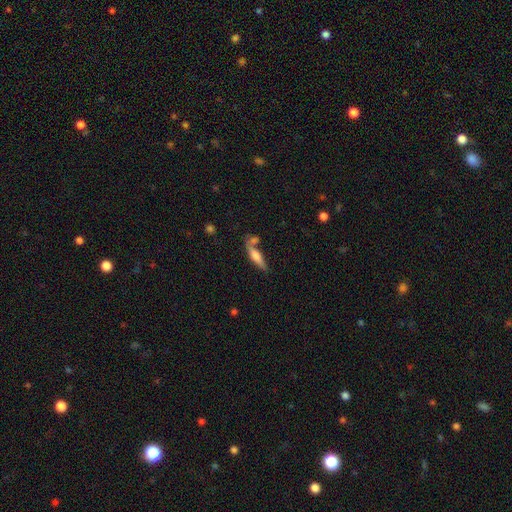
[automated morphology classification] This is possibly a smooth galaxy (59%). How rounded: likely cigar-shaped (70%). Merging: possibly none (53%).